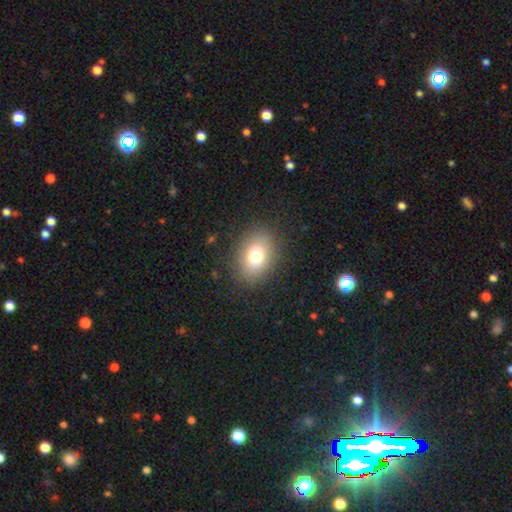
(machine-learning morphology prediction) The model was most divided on "how rounded": in between: 68%, round: 31%, cigar-shaped: 1%. More confident: merging — none (86%); smooth or featured — smooth (74%).